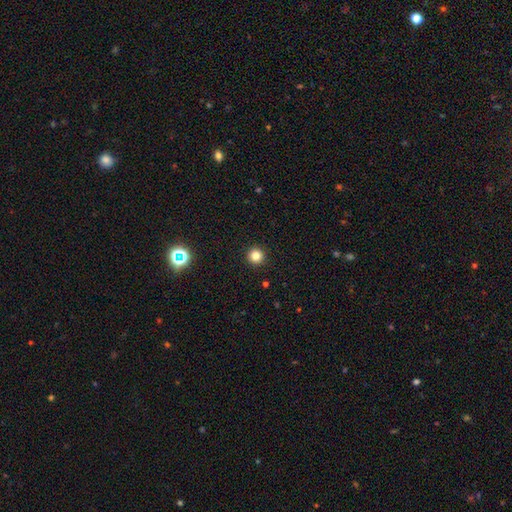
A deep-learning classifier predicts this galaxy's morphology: Smooth or featured: smooth — 81% (star or artifact — 15%)
How rounded: round — 96% (in between — 3%)
Merging: none — 94% (minor disturbance — 4%)